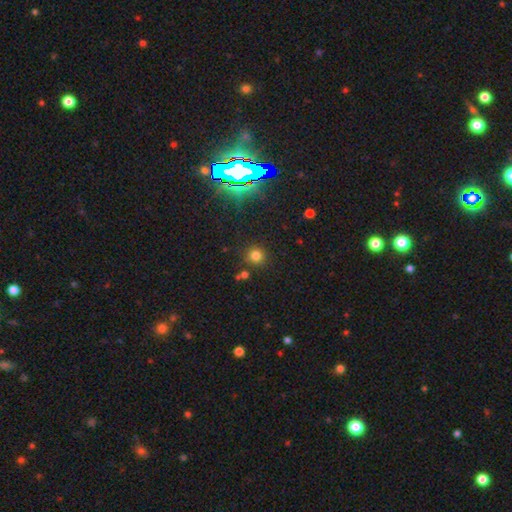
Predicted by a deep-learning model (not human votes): Q: Smooth or featured?
A: smooth (73%); runner-up: star or artifact (21%)
Q: How rounded?
A: round (91%); runner-up: in between (8%)
Q: Merging?
A: none (82%); runner-up: minor disturbance (9%)